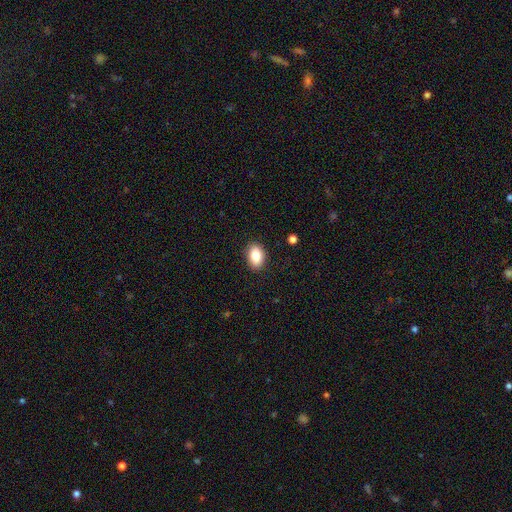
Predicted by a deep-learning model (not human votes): A smooth galaxy with no disk features (85%) that is in between round and cigar-shaped (84%).

Vote fractions:
- Smooth or featured? smooth: 85% / star or artifact: 8% / featured or disk: 7%
- How rounded? in between: 84% / round: 15% / cigar-shaped: 1%
- Merging? none: 89% / minor disturbance: 8% / major disturbance: 2% / merger: 1%